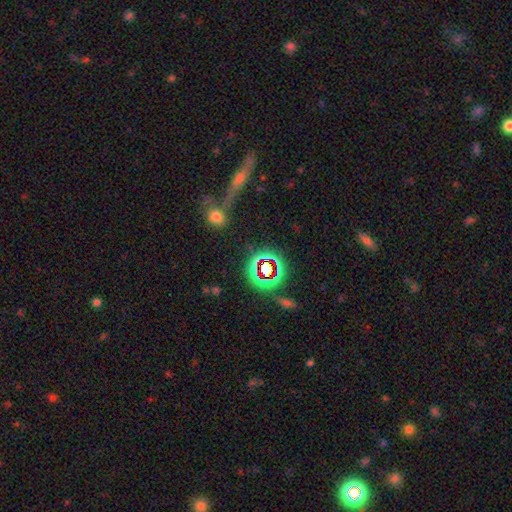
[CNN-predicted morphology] This is possibly a star or artifact rather than a galaxy (50%).